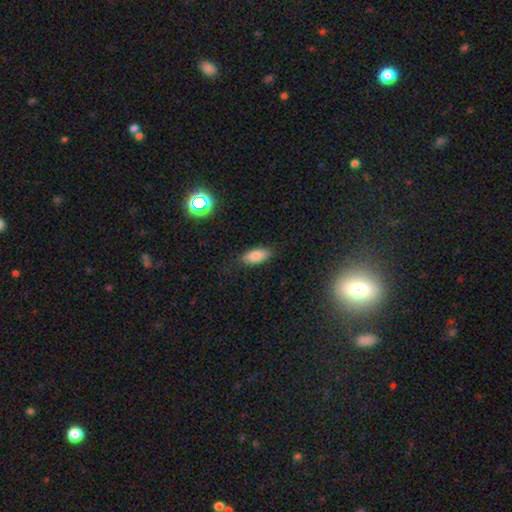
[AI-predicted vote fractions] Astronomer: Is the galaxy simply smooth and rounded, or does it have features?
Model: smooth — 84%.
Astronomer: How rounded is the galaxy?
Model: in between — 84%.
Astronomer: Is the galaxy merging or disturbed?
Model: none — 83%.